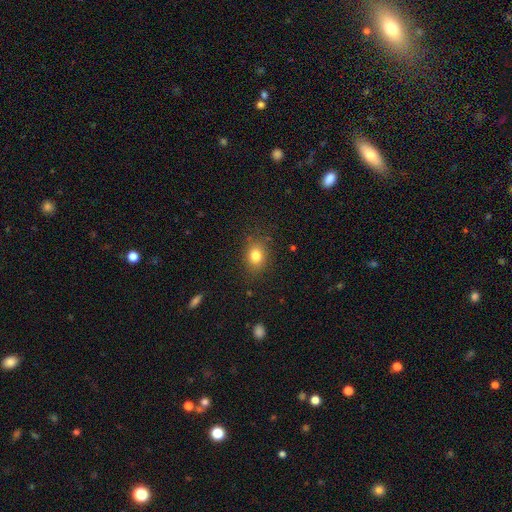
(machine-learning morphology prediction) A smooth galaxy with no disk features (81%) that is in between round and cigar-shaped (57%). Merging: none (83%).